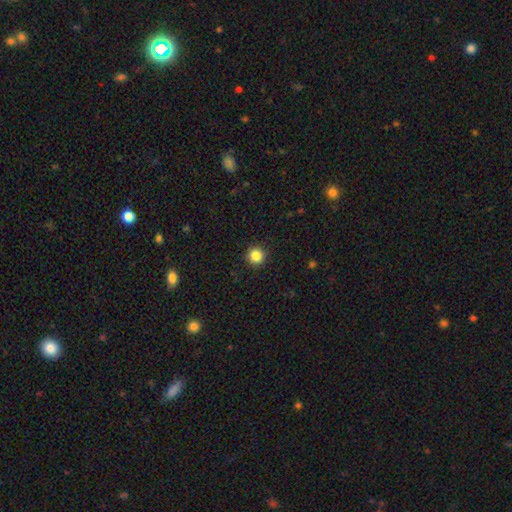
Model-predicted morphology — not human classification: Smooth or featured?
  - smooth: 85% *
  - star or artifact: 11%
  - featured or disk: 4%
How rounded?
  - round: 95% *
  - in between: 4%
  - cigar-shaped: 1%
Merging?
  - none: 92% *
  - minor disturbance: 5%
  - major disturbance: 2%
  - merger: 1%